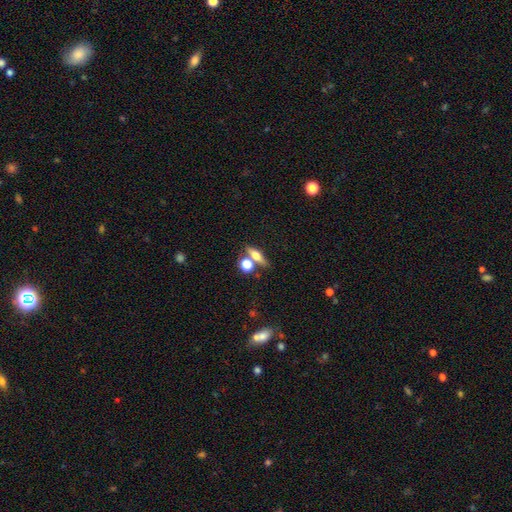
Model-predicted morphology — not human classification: A smooth galaxy with no disk features (55%) that is cigar-shaped (42%).

Vote fractions:
- Smooth or featured? smooth: 55% / featured or disk: 34% / star or artifact: 11%
- How rounded? cigar-shaped: 42% / in between: 40% / round: 18%
- Merging? none: 60% / merger: 24% / minor disturbance: 11% / major disturbance: 5%